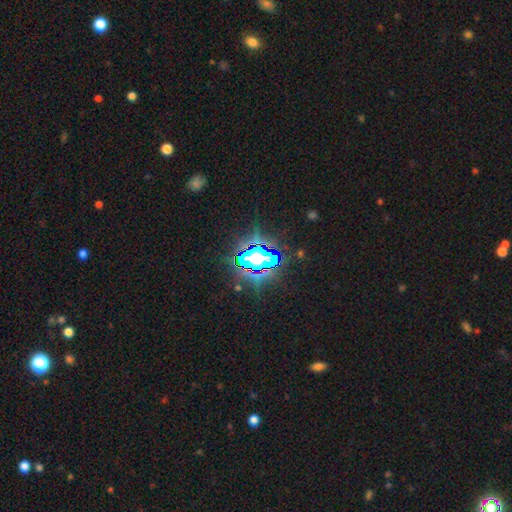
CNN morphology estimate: The model was most divided on "smooth or featured": star or artifact: 83%, smooth: 11%, featured or disk: 7%.